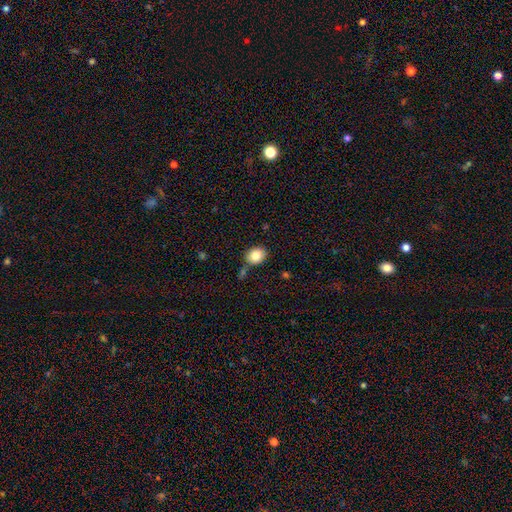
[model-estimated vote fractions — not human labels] Smooth or featured?
  - smooth: 86% *
  - star or artifact: 8%
  - featured or disk: 6%
How rounded?
  - in between: 55% *
  - round: 44%
  - cigar-shaped: 1%
Merging?
  - none: 75% *
  - minor disturbance: 14%
  - merger: 8%
  - major disturbance: 3%